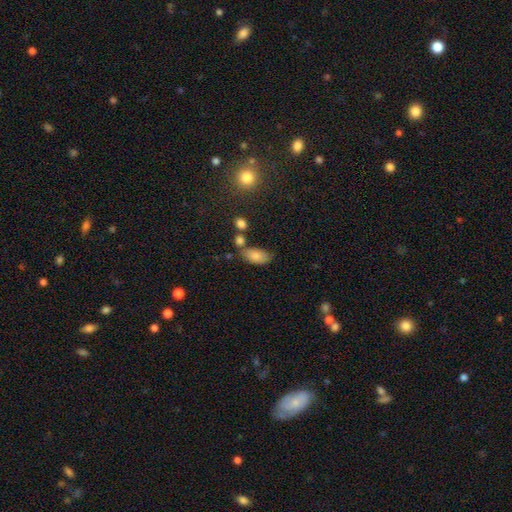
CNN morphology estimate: smooth 80%, featured or disk 11%, star or artifact 9%. Down the decision tree: how rounded — in between (92%); merging — none (59%).